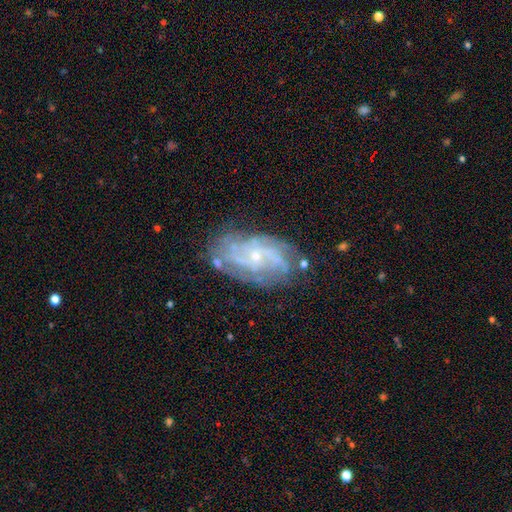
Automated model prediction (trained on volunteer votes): Overall: featured or disk (84%). Edge-on disk: no (96%). Bar: no (64%; weak 30%). Spiral arms: yes (92%). Spiral arm count: can't tell (32%; 2 23%). Spiral winding: tight (46%; medium 40%). Bulge size: small (76%). Merging: none (71%).